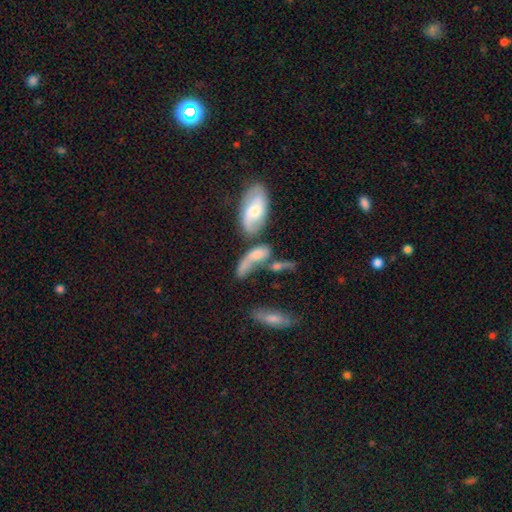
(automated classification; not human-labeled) smooth 52%, featured or disk 37%, star or artifact 11%. Down the decision tree: how rounded — in between (72%); merging — merger (39%).